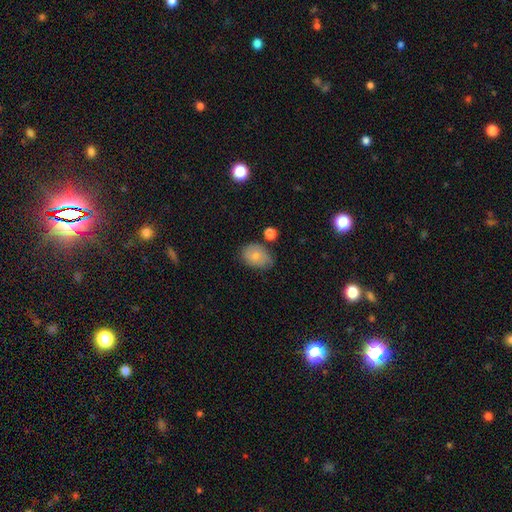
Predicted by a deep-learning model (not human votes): Morphology: type=smooth (75%); roundness=in between (76%); merging=none (57%).